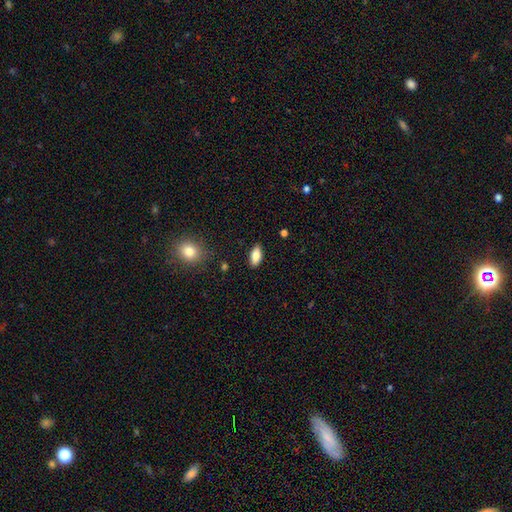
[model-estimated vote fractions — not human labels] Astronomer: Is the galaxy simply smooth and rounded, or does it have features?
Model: smooth — 79%.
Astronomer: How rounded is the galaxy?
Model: in between — 84%.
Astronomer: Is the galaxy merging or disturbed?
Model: none — 87%.